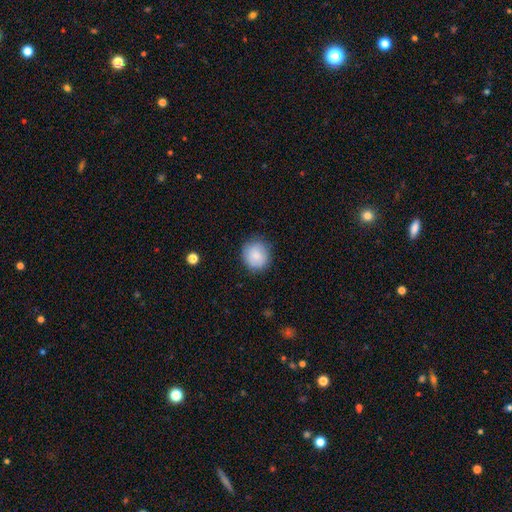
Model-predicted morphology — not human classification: type=smooth (83%); roundness=round (84%); merging=none (82%).